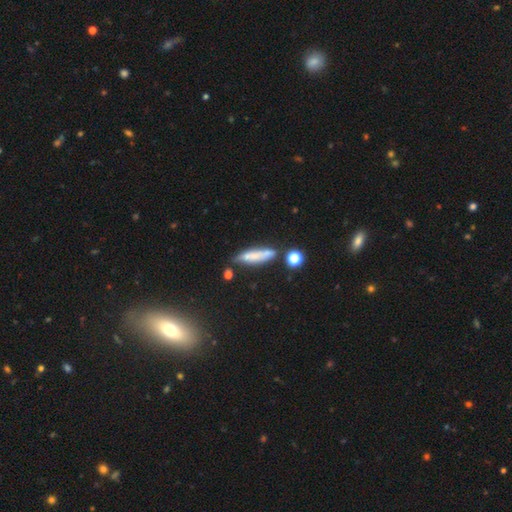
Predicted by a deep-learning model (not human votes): A smooth galaxy with no disk features (64%) that is cigar-shaped (77%). Merging: none (63%).